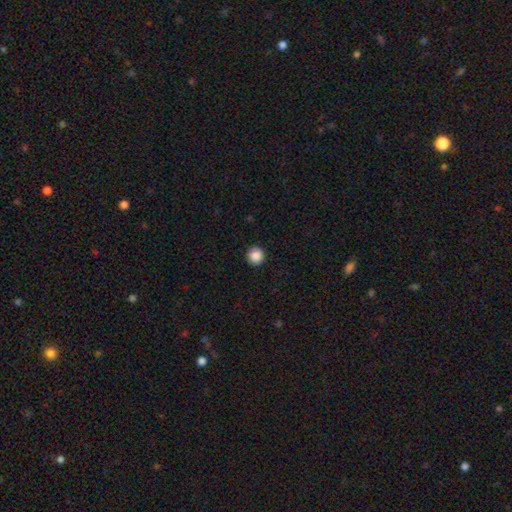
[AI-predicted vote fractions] Morphology: type=smooth (88%); roundness=round (95%); merging=none (93%).